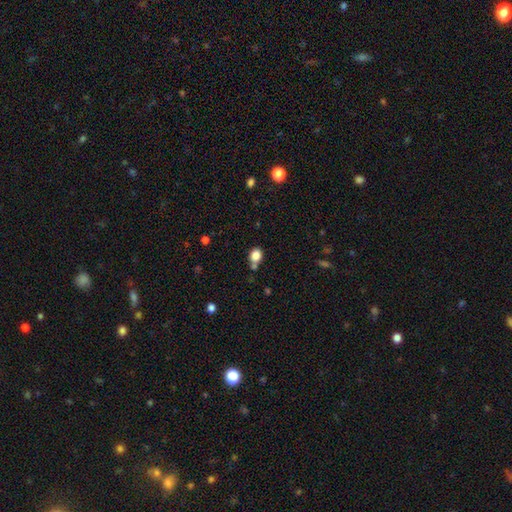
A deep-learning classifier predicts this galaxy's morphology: smooth_or_featured: smooth (p=0.84) [alt: star or artifact p=0.11]
how_rounded: round (p=0.55) [alt: in between p=0.44]
merging: none (p=0.58) [alt: merger p=0.21]